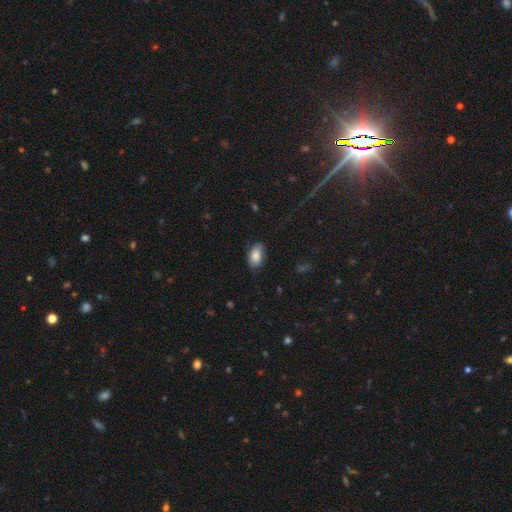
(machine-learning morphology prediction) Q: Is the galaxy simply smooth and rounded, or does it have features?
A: smooth — 83%.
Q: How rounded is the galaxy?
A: in between — 92%.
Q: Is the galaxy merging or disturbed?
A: none — 75%.